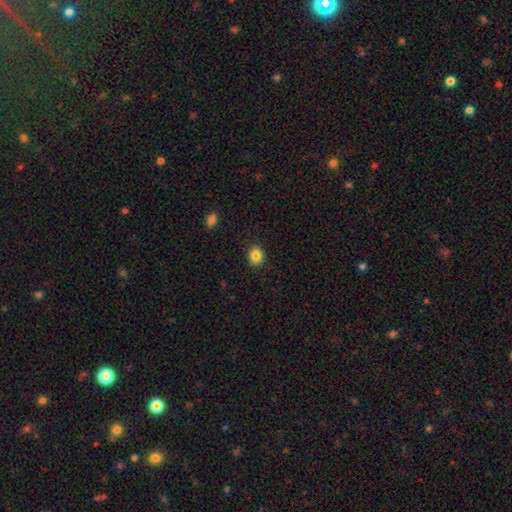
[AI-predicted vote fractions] Overall: smooth (86%). How rounded: round (53%; in between 46%). Merging: none (90%).